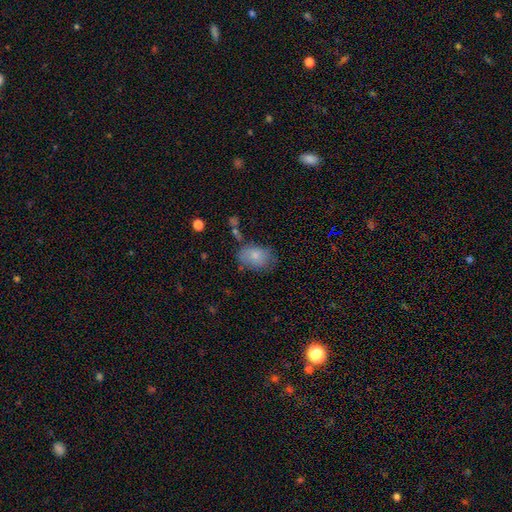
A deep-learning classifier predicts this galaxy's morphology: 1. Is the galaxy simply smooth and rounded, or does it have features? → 79% smooth, 13% featured or disk, 8% star or artifact.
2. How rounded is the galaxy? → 79% in between, 20% round, 1% cigar-shaped.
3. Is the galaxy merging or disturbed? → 57% none, 27% minor disturbance, 10% major disturbance, 5% merger.